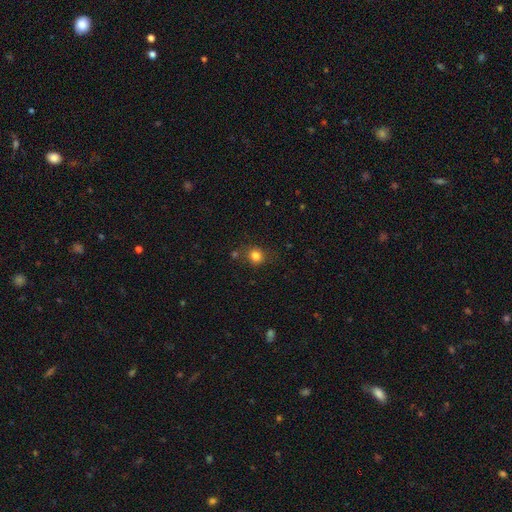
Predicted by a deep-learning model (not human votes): smooth 81%, star or artifact 13%, featured or disk 6%. Down the decision tree: how rounded — round (82%); merging — none (79%).